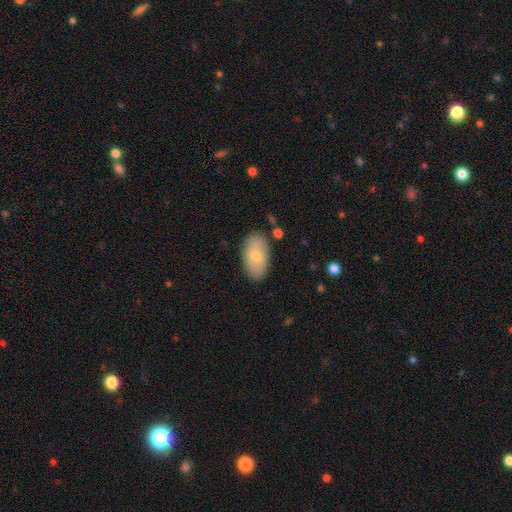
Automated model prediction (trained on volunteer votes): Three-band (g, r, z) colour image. It shows a smooth galaxy with no disk features (76%) that is in between round and cigar-shaped (95%). Merging: none (84%).